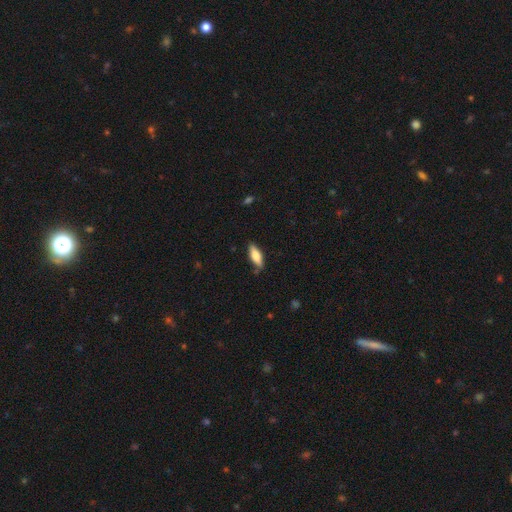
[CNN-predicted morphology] Smooth or featured?
  - smooth: 69% *
  - featured or disk: 25%
  - star or artifact: 6%
How rounded?
  - in between: 61% *
  - cigar-shaped: 37%
  - round: 2%
Merging?
  - none: 80% *
  - minor disturbance: 15%
  - major disturbance: 3%
  - merger: 2%